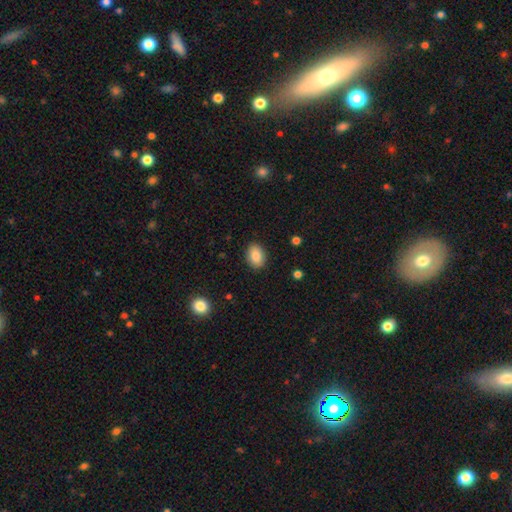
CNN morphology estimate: Q: Smooth or featured?
A: smooth (86%); runner-up: star or artifact (8%)
Q: How rounded?
A: in between (80%); runner-up: round (19%)
Q: Merging?
A: none (89%); runner-up: minor disturbance (8%)